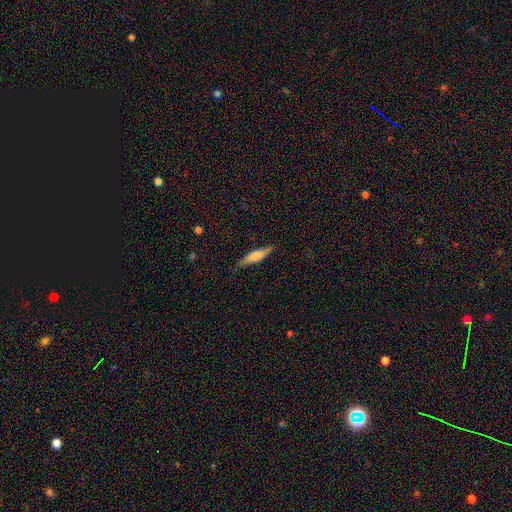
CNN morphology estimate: A smooth galaxy with no disk features (57%) that is cigar-shaped (80%).

Vote fractions:
- Smooth or featured? smooth: 57% / featured or disk: 37% / star or artifact: 6%
- How rounded? cigar-shaped: 80% / in between: 18% / round: 2%
- Merging? none: 83% / minor disturbance: 14% / major disturbance: 3% / merger: 1%